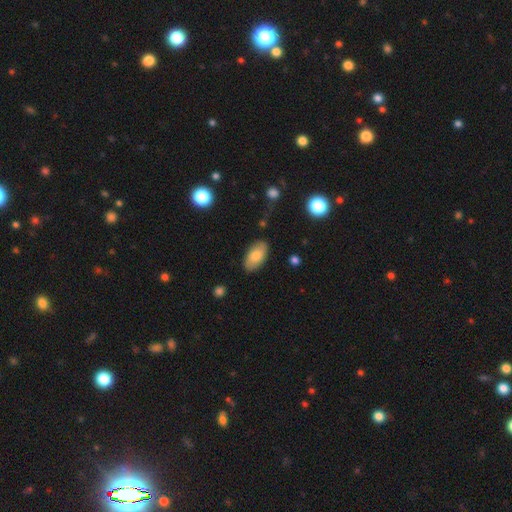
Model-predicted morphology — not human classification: The model was most divided on "smooth or featured": smooth: 79%, featured or disk: 15%, star or artifact: 6%. More confident: how rounded — in between (94%); merging — none (84%).